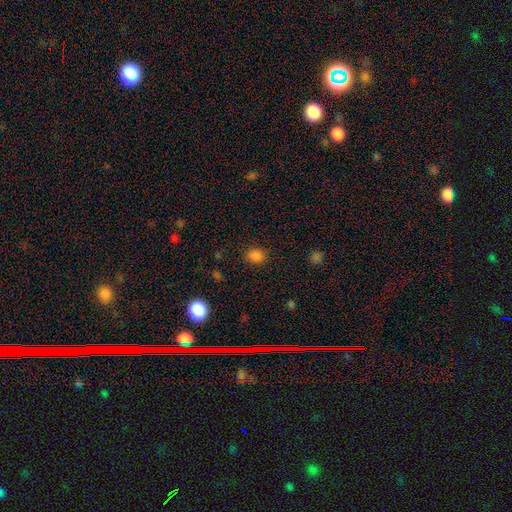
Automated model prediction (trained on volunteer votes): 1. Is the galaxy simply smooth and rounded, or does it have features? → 83% smooth, 14% star or artifact, 3% featured or disk.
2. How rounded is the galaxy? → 67% round, 32% in between, 1% cigar-shaped.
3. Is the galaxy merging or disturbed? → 86% none, 10% minor disturbance, 3% major disturbance, 1% merger.